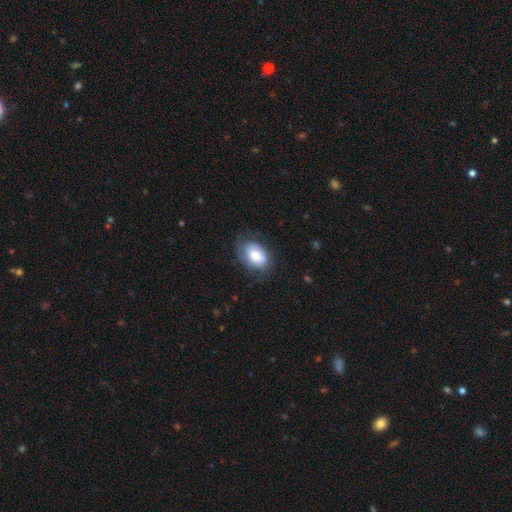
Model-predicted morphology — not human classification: Smooth or featured?
  - smooth: 76% *
  - featured or disk: 17%
  - star or artifact: 7%
How rounded?
  - in between: 85% *
  - round: 14%
  - cigar-shaped: 1%
Merging?
  - none: 66% *
  - minor disturbance: 24%
  - major disturbance: 9%
  - merger: 1%